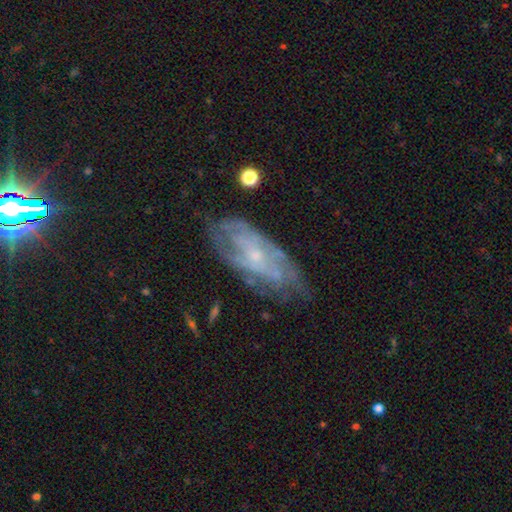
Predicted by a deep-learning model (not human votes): featured or disk 74%, smooth 19%, star or artifact 8%. Down the decision tree: edge-on disk — no (89%); bar — no (70%); spiral arms — yes (76%); bulge size — small (74%); merging — none (61%).